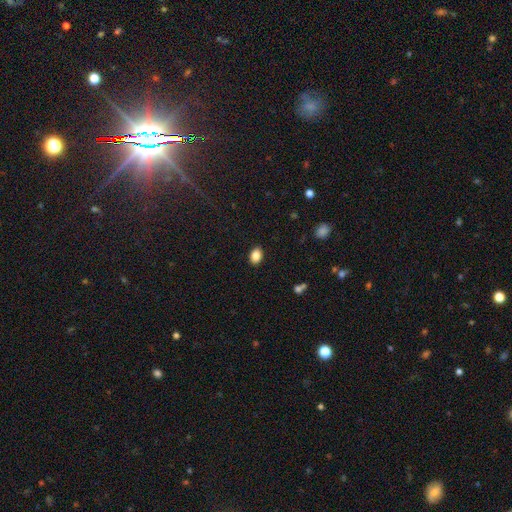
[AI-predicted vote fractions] Smooth or featured?
  - smooth: 86% *
  - star or artifact: 9%
  - featured or disk: 5%
How rounded?
  - in between: 77% *
  - round: 22%
  - cigar-shaped: 1%
Merging?
  - none: 89% *
  - minor disturbance: 8%
  - major disturbance: 2%
  - merger: 1%